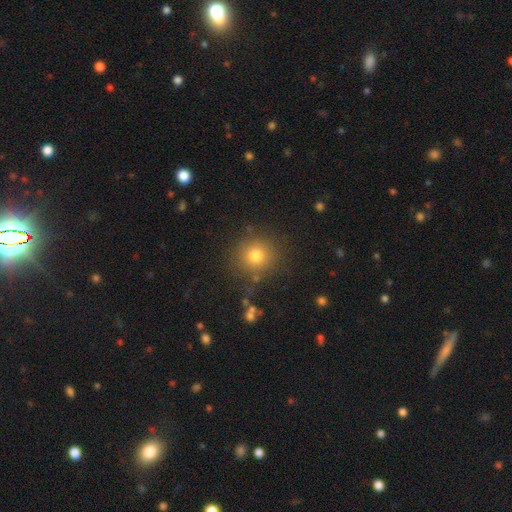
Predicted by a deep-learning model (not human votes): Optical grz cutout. It shows a smooth galaxy with no disk features (76%) that is round (92%). Merging: none (86%).